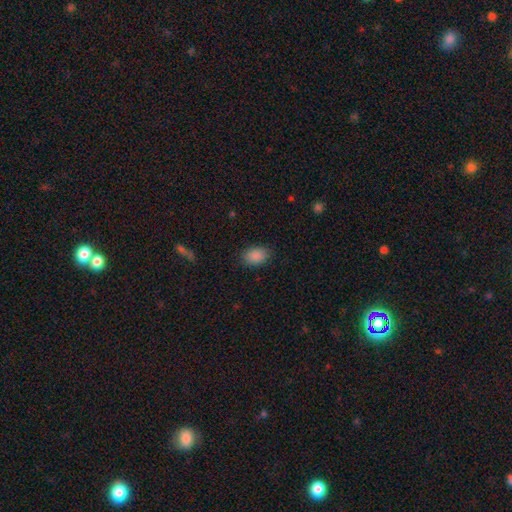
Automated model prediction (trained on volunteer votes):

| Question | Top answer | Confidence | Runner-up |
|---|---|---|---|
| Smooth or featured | smooth | 88% | star or artifact (8%) |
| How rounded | in between | 82% | round (17%) |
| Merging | none | 85% | minor disturbance (11%) |